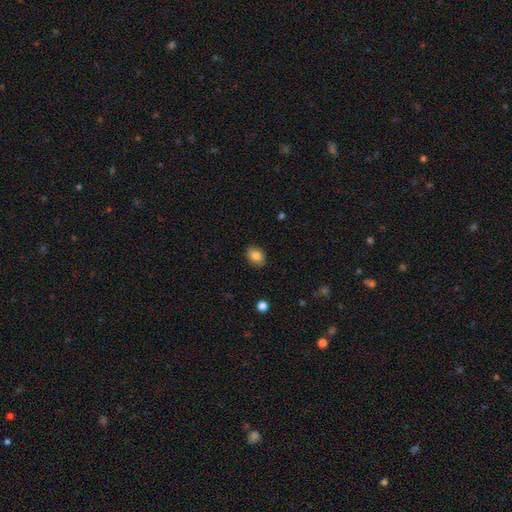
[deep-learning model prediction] Q: Smooth or featured?
A: smooth (86%); runner-up: star or artifact (9%)
Q: How rounded?
A: in between (64%); runner-up: round (35%)
Q: Merging?
A: none (87%); runner-up: minor disturbance (10%)